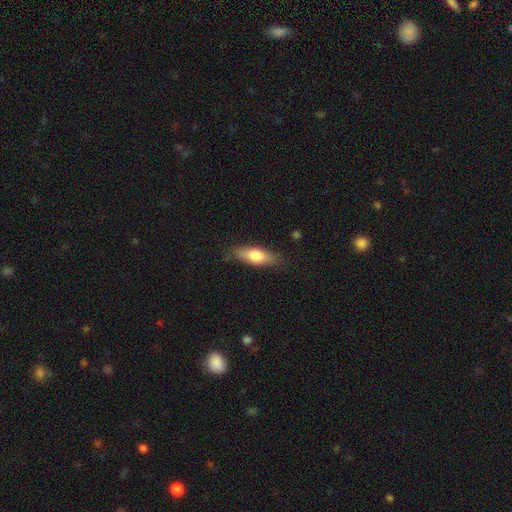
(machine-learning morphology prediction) type=smooth (70%); roundness=in between (59%); merging=none (79%).